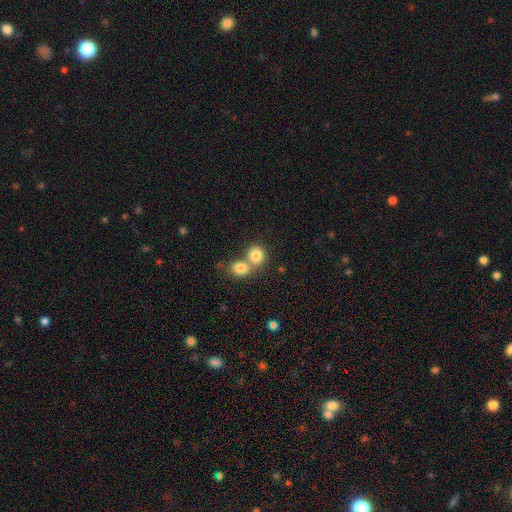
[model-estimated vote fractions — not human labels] This is clearly a smooth galaxy (82%). How rounded: likely round (75%). Merging: possibly merger (55%).